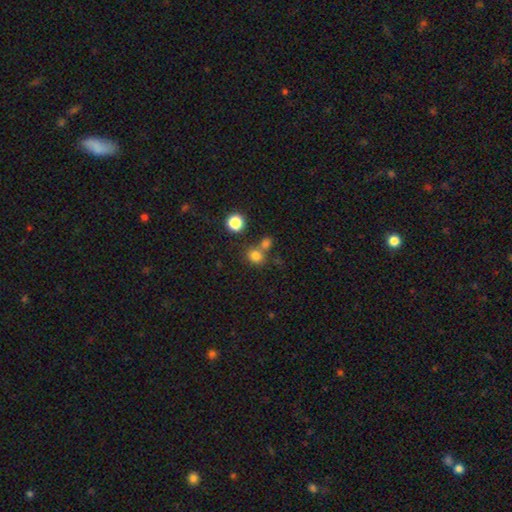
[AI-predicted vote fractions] Smooth or featured?
  - smooth: 78% *
  - star or artifact: 15%
  - featured or disk: 6%
How rounded?
  - round: 76% *
  - in between: 23%
  - cigar-shaped: 1%
Merging?
  - none: 60% *
  - merger: 27%
  - minor disturbance: 9%
  - major disturbance: 4%